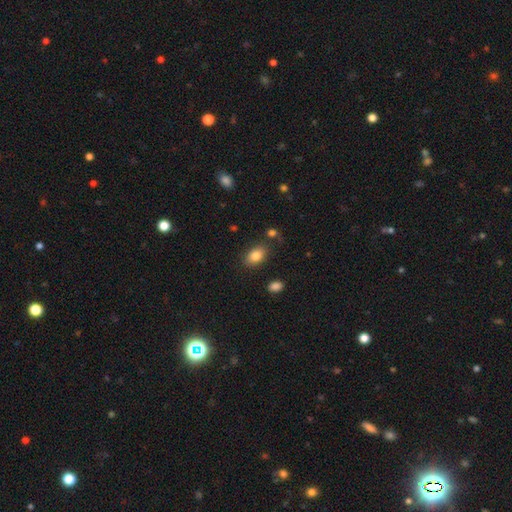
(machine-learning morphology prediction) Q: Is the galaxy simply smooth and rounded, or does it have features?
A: smooth — 84%.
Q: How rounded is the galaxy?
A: in between — 88%.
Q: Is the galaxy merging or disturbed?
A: none — 80%.